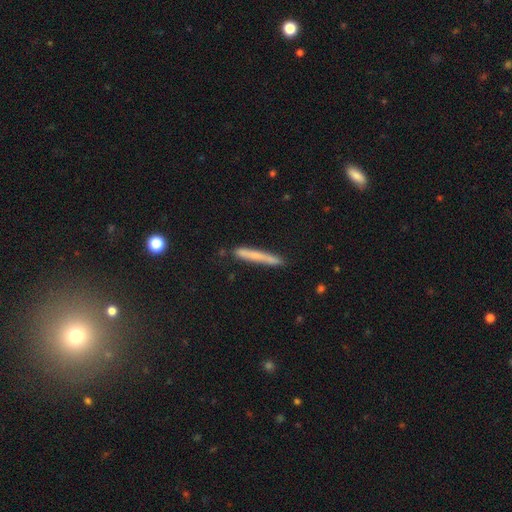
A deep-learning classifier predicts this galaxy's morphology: smooth_or_featured: smooth (p=0.65) [alt: featured or disk p=0.28]
how_rounded: cigar-shaped (p=0.96) [alt: in between p=0.03]
merging: none (p=0.82) [alt: minor disturbance p=0.13]